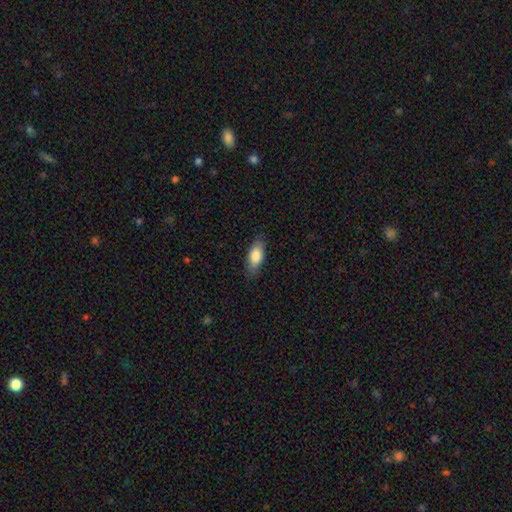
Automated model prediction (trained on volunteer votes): The model was most divided on "how rounded": in between: 80%, cigar-shaped: 17%, round: 3%. More confident: merging — none (84%); smooth or featured — smooth (82%).